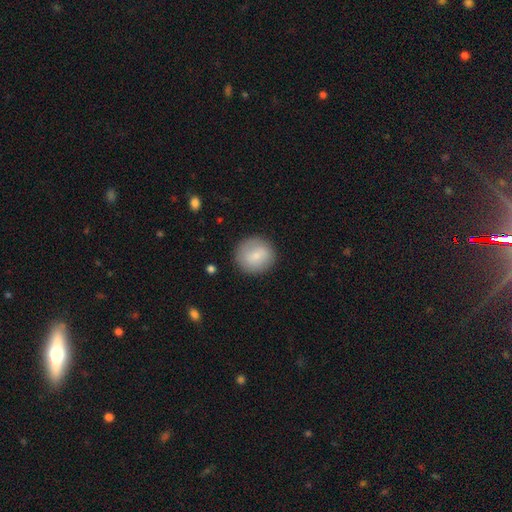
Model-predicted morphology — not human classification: smooth_or_featured: smooth (p=0.78) [alt: featured or disk p=0.15]
how_rounded: round (p=0.90) [alt: in between p=0.09]
merging: none (p=0.85) [alt: minor disturbance p=0.10]